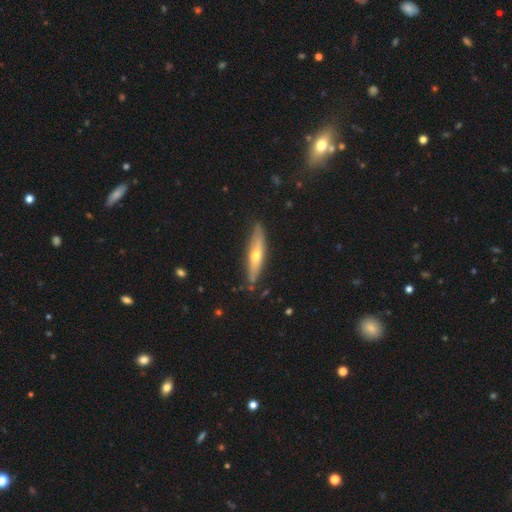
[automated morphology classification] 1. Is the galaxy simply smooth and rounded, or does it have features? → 53% featured or disk, 41% smooth, 6% star or artifact.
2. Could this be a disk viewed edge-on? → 84% yes, 16% no.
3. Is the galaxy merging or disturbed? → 84% none, 12% minor disturbance, 2% major disturbance, 2% merger.